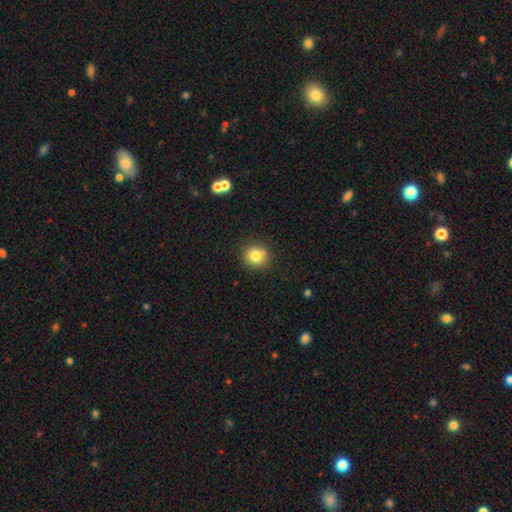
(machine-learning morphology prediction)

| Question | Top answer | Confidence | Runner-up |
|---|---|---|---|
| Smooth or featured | smooth | 81% | star or artifact (11%) |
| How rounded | round | 87% | in between (12%) |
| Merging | none | 84% | minor disturbance (10%) |